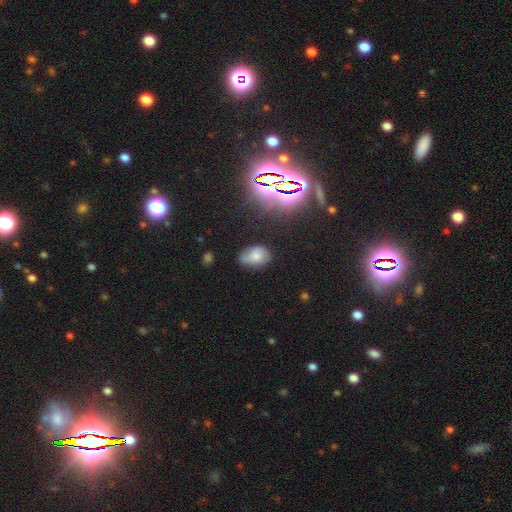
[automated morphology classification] Smooth or featured?
  - smooth: 64% *
  - featured or disk: 20%
  - star or artifact: 15%
How rounded?
  - in between: 81% *
  - round: 18%
  - cigar-shaped: 1%
Merging?
  - none: 62% *
  - minor disturbance: 28%
  - major disturbance: 7%
  - merger: 3%